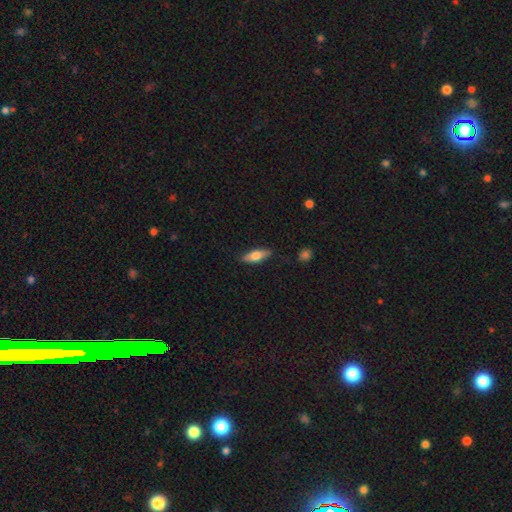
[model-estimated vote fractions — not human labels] smooth-or-featured: smooth: 66% | featured or disk: 28% | star or artifact: 6%
  how-rounded: in between: 64% | cigar-shaped: 33% | round: 3%
  merging: none: 84% | minor disturbance: 12% | major disturbance: 2% | merger: 1%